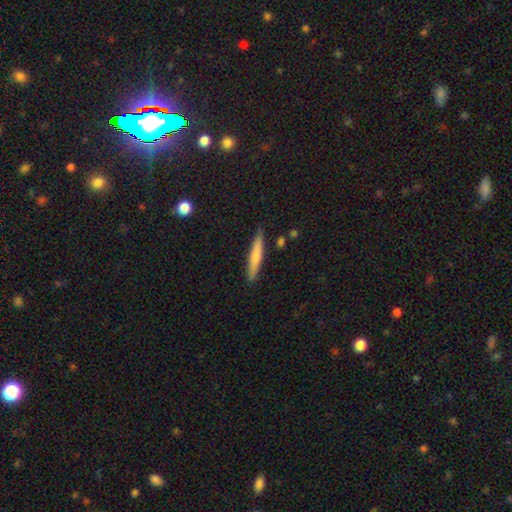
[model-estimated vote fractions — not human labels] Smooth or featured? smooth (67%)
How rounded? cigar-shaped (92%)
Merging? none (86%)